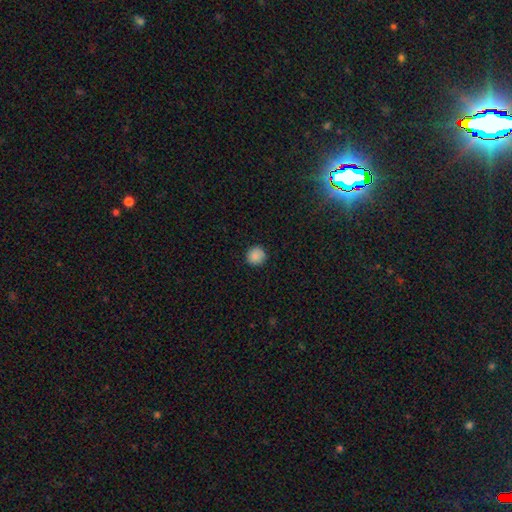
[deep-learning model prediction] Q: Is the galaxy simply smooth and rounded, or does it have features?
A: smooth — 85%.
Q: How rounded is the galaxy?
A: round — 93%.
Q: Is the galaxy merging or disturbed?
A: none — 88%.